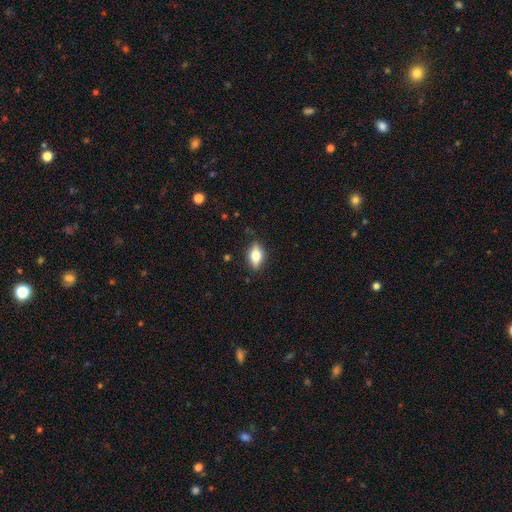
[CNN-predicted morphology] A smooth galaxy with no disk features (63%) that is in between round and cigar-shaped (82%).

Vote fractions:
- Smooth or featured? smooth: 63% / featured or disk: 29% / star or artifact: 8%
- How rounded? in between: 82% / cigar-shaped: 11% / round: 7%
- Merging? none: 83% / minor disturbance: 13% / major disturbance: 3% / merger: 1%